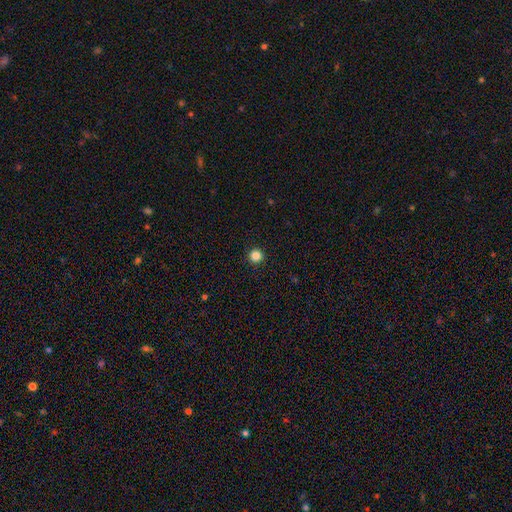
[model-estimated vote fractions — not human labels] Overall: smooth (85%). How rounded: round (96%). Merging: none (94%).